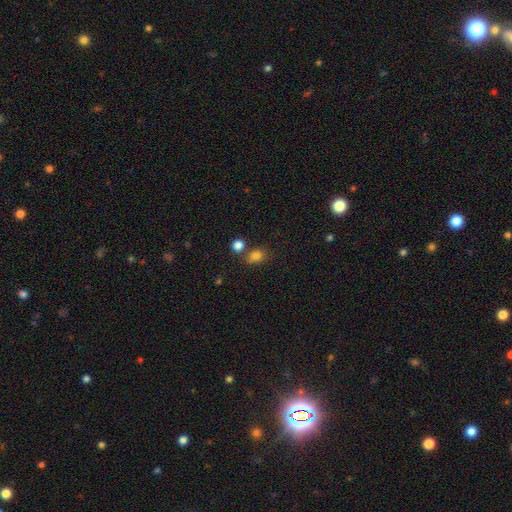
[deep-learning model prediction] This is clearly a smooth galaxy (81%). How rounded: possibly in between (52%). Merging: likely none (62%).